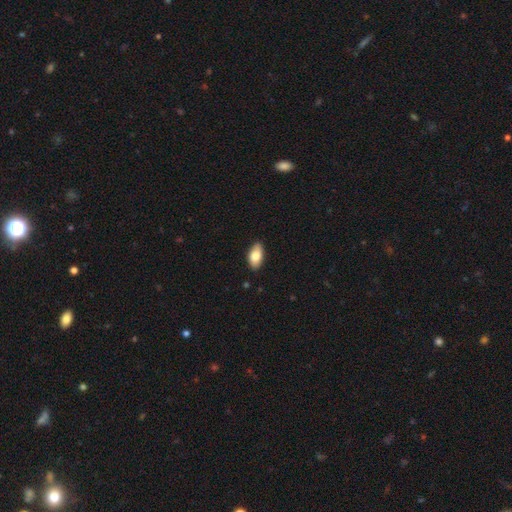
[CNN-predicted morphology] A smooth galaxy with no disk features (81%) that is in between round and cigar-shaped (93%). Merging: none (86%).